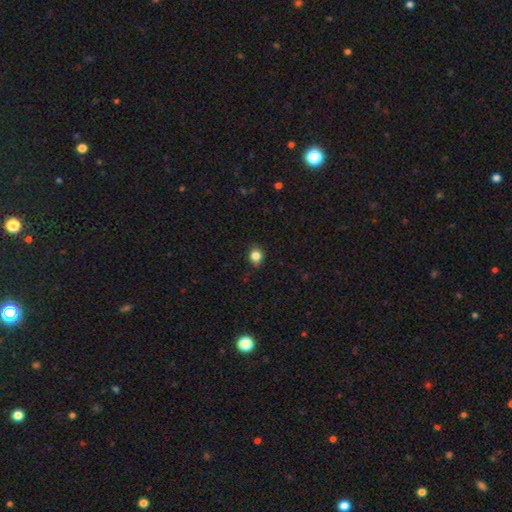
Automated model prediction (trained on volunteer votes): Overall: smooth (83%). How rounded: round (68%; in between 31%). Merging: none (81%).